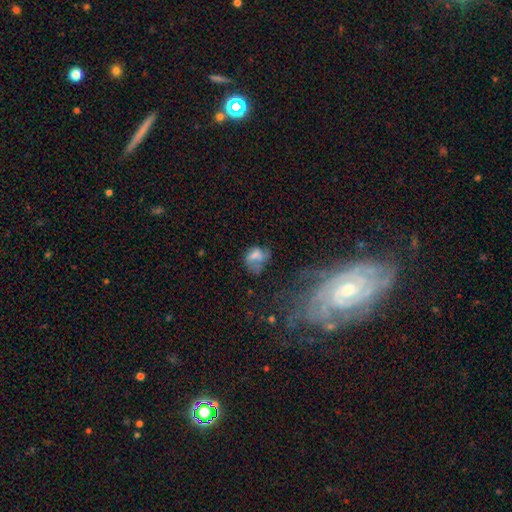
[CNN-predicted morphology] type=smooth (59%); roundness=in between (62%); merging=none (32%).